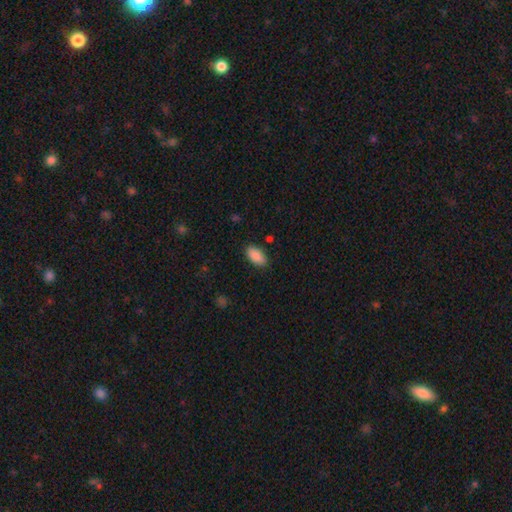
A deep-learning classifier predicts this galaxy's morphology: Overall: smooth (89%). How rounded: in between (93%). Merging: none (87%).